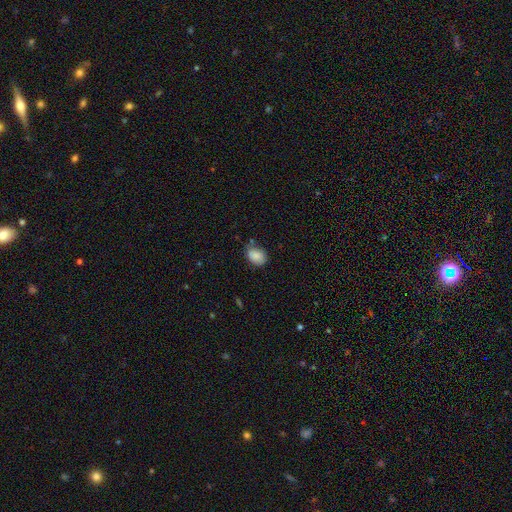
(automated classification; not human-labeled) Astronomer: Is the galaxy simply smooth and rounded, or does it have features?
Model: smooth — 87%.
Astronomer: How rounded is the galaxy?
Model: in between — 74%.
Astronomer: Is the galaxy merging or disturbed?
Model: none — 67%.